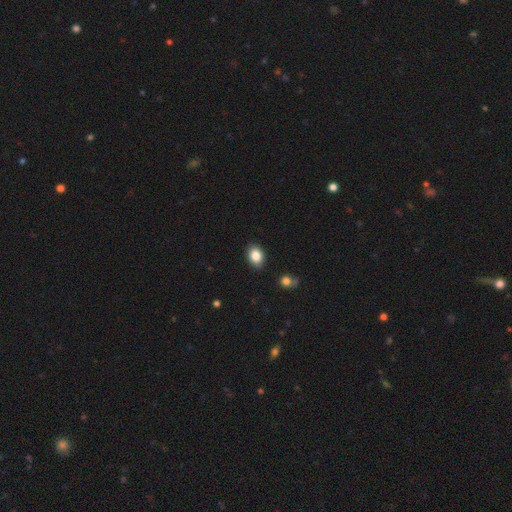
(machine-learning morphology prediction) This is clearly a smooth galaxy (85%). How rounded: likely in between (76%). Merging: clearly none (86%).